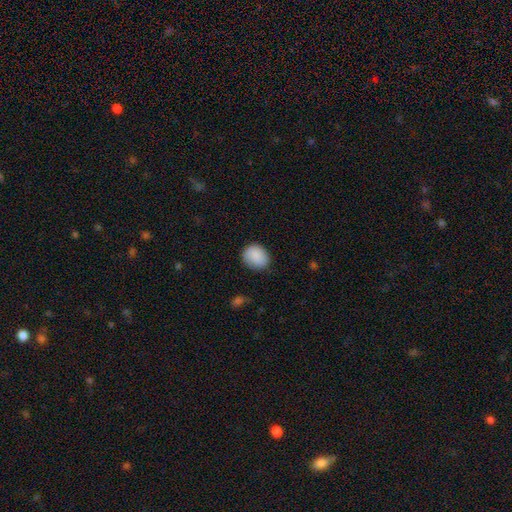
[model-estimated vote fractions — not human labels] Smooth or featured: smooth — 87% (star or artifact — 7%)
How rounded: round — 61% (in between — 38%)
Merging: none — 79% (minor disturbance — 16%)